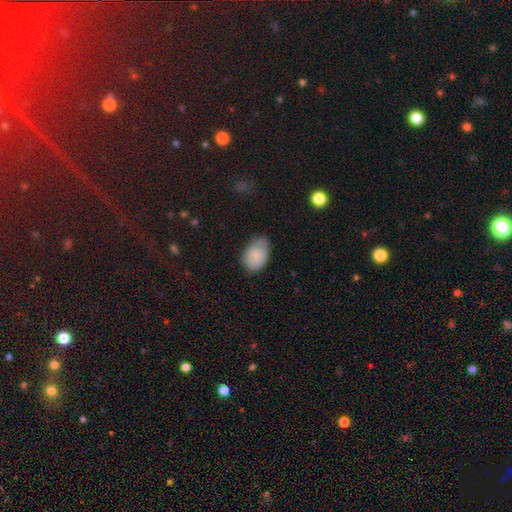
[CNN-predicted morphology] This appears to be a smooth galaxy with no disk features (82%) that is in between round and cigar-shaped (88%). Merging: none (61%).